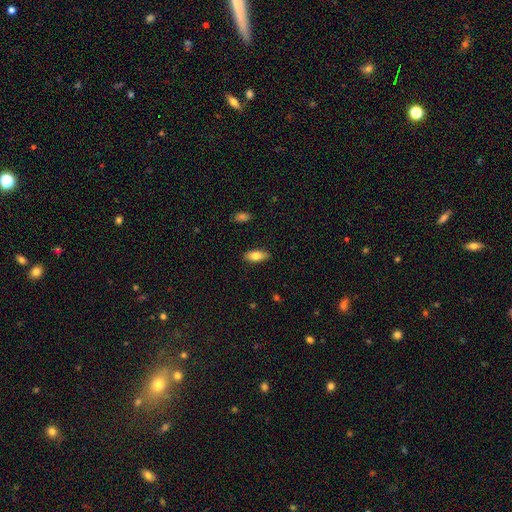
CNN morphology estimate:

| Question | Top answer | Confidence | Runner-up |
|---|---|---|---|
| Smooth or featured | smooth | 80% | featured or disk (14%) |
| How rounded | in between | 81% | cigar-shaped (16%) |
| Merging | none | 88% | minor disturbance (9%) |